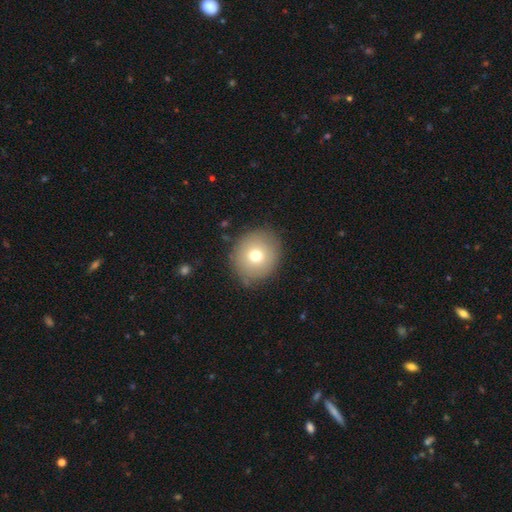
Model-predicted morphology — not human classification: Smooth or featured? smooth (72%)
How rounded? round (87%)
Merging? none (84%)